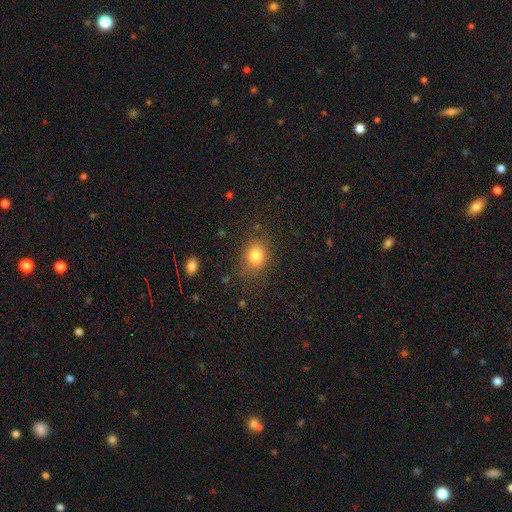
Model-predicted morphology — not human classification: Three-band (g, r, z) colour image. It shows a smooth galaxy with no disk features (82%) that is in between round and cigar-shaped (51%). Merging: none (78%).